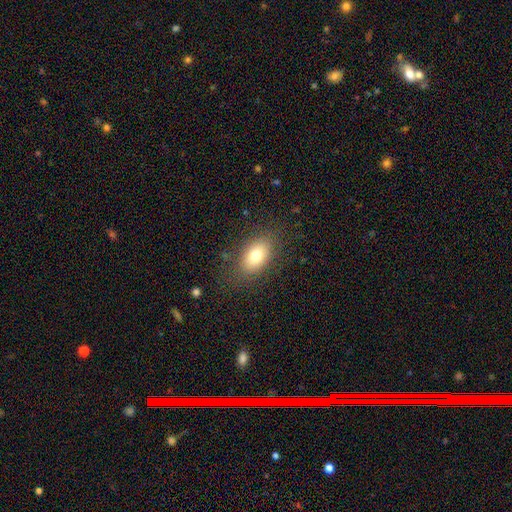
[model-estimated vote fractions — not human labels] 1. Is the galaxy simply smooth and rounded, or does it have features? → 75% smooth, 15% featured or disk, 10% star or artifact.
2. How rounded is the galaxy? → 87% in between, 11% round, 2% cigar-shaped.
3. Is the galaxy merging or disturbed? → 81% none, 13% minor disturbance, 6% major disturbance, 1% merger.